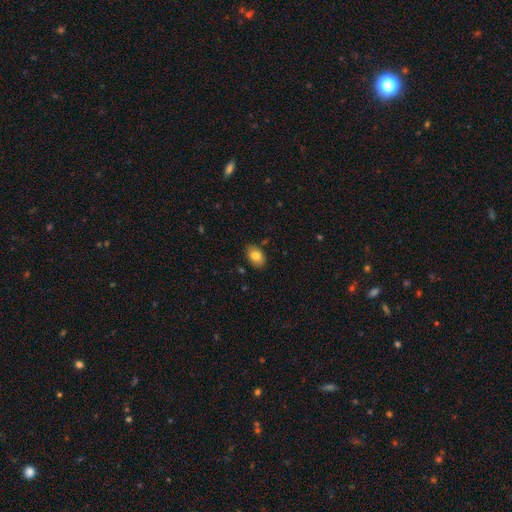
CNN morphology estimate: Smooth or featured? smooth (81%)
How rounded? in between (88%)
Merging? none (85%)